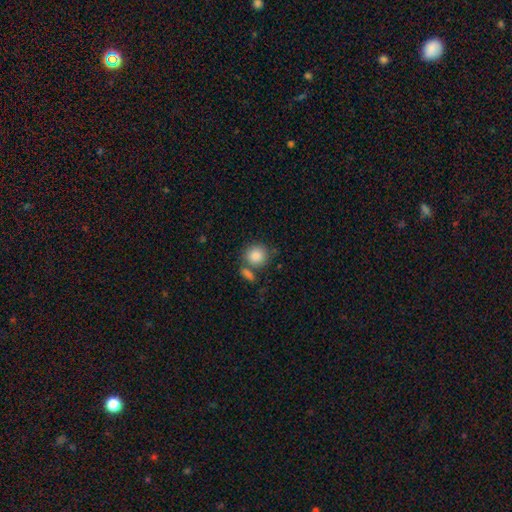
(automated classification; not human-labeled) A smooth galaxy with no disk features (85%) that is round (84%). Merging: none (61%).